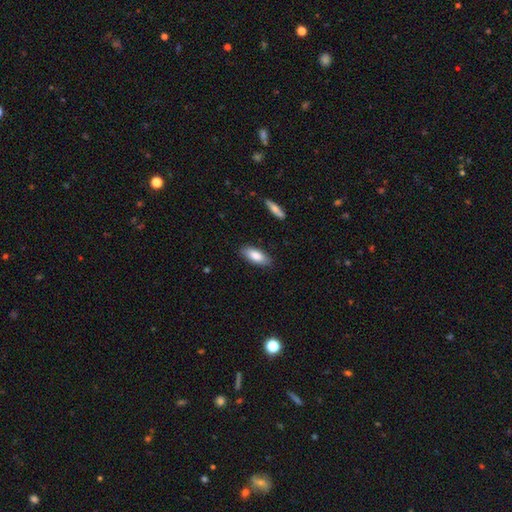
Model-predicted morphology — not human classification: A smooth galaxy with no disk features (84%) that is in between round and cigar-shaped (77%). Merging: none (86%).